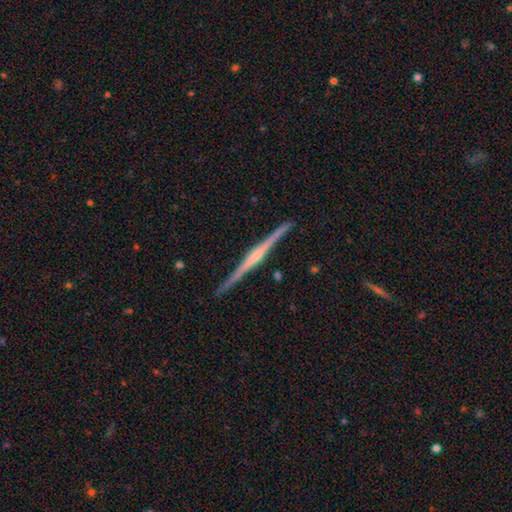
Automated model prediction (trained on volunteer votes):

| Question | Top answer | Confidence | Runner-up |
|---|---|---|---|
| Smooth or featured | featured or disk | 83% | smooth (12%) |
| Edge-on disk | yes | 99% | no (1%) |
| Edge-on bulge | rounded | 57% | none (23%) |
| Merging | none | 91% | minor disturbance (6%) |